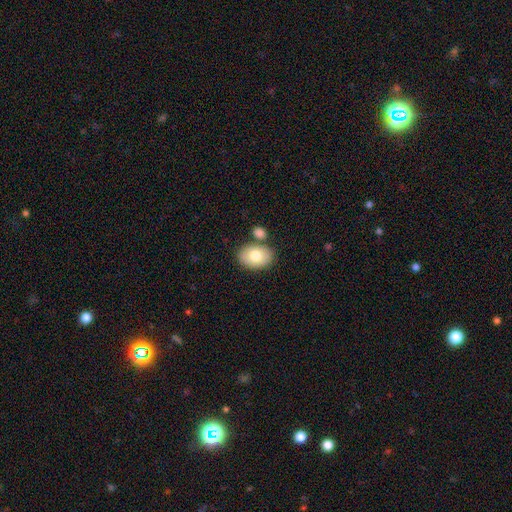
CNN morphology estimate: Smooth or featured? smooth (78%)
How rounded? in between (82%)
Merging? none (71%)